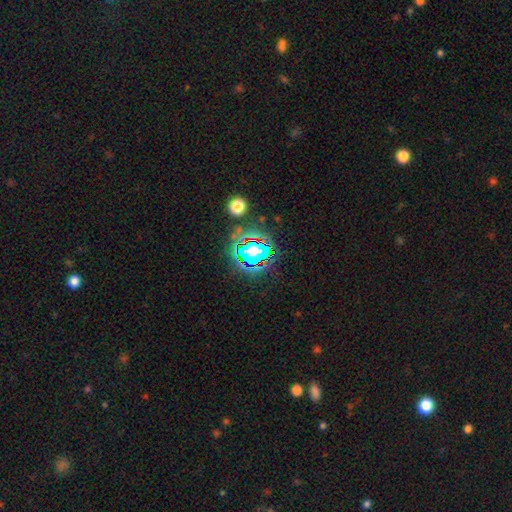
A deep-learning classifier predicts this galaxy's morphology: Smooth or featured: star or artifact — 77% (smooth — 15%)